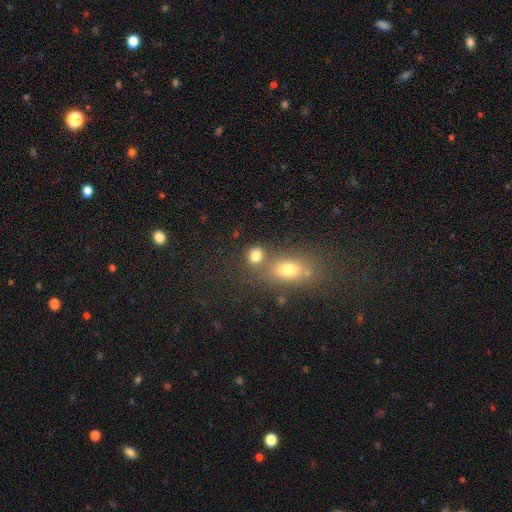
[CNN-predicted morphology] smooth_or_featured: smooth (p=0.79) [alt: star or artifact p=0.13]
how_rounded: round (p=0.65) [alt: in between p=0.34]
merging: none (p=0.55) [alt: merger p=0.30]